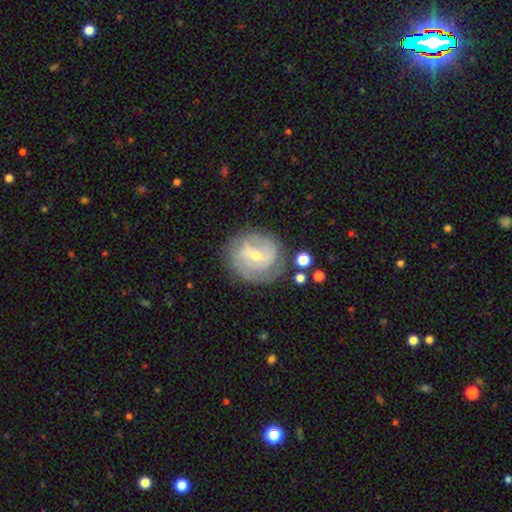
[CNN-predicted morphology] Q: Smooth or featured?
A: featured or disk (72%); runner-up: smooth (22%)
Q: Edge-on disk?
A: no (97%); runner-up: yes (3%)
Q: Bar?
A: weak (48%); runner-up: no (36%)
Q: Spiral arms?
A: yes (84%); runner-up: no (16%)
Q: Spiral winding?
A: tight (55%); runner-up: medium (34%)
Q: Spiral arm count?
A: 2 (45%); runner-up: can't tell (32%)
Q: Bulge size?
A: small (56%); runner-up: moderate (41%)
Q: Merging?
A: none (72%); runner-up: minor disturbance (18%)